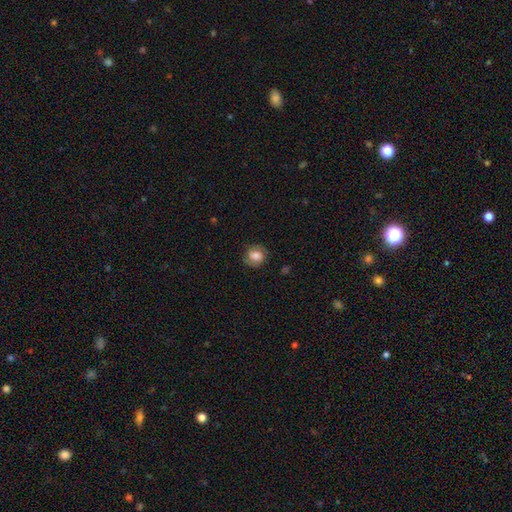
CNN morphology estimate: smooth_or_featured: smooth (p=0.68) [alt: featured or disk p=0.22]
how_rounded: round (p=0.76) [alt: in between p=0.24]
merging: none (p=0.76) [alt: minor disturbance p=0.17]